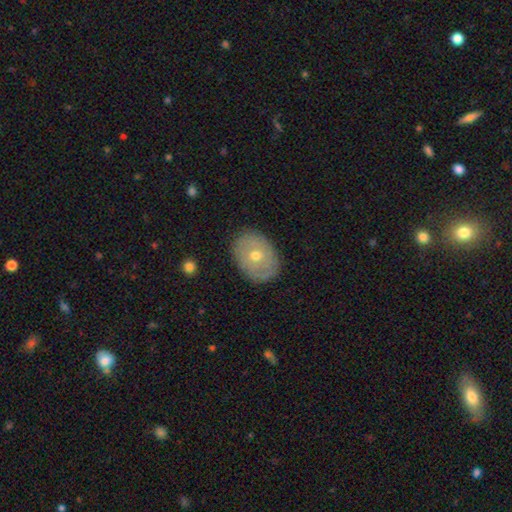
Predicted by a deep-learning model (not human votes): Overall: featured or disk (46%, tied with smooth). Merging: none (84%).